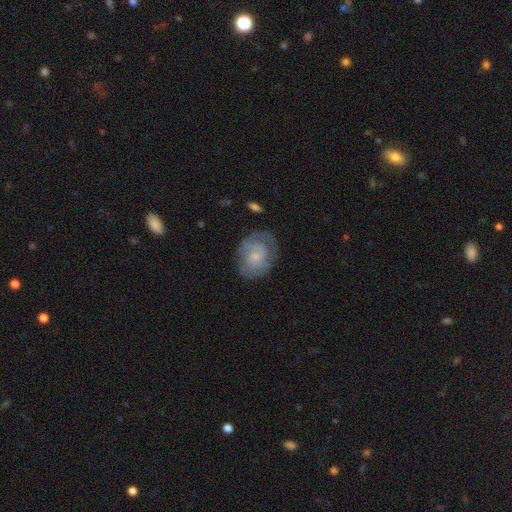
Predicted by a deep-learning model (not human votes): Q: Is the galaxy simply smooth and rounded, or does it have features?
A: featured or disk — 65%.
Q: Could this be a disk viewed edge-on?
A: no — 97%.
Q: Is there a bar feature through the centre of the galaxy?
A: no — 68%.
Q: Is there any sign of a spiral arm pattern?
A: yes — 86%.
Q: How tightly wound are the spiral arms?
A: tight — 49%.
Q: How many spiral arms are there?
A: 2 — 43%.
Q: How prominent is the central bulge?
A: small — 66%.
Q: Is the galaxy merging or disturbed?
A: none — 68%.